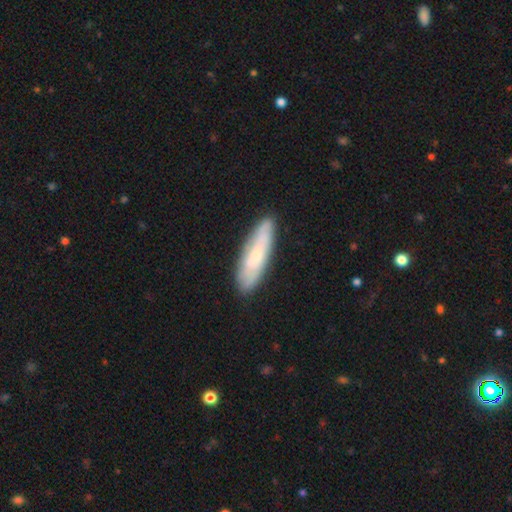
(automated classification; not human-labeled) smooth-or-featured: smooth: 56% | featured or disk: 38% | star or artifact: 6%
  how-rounded: cigar-shaped: 66% | in between: 32% | round: 2%
  merging: none: 85% | minor disturbance: 11% | major disturbance: 2% | merger: 1%